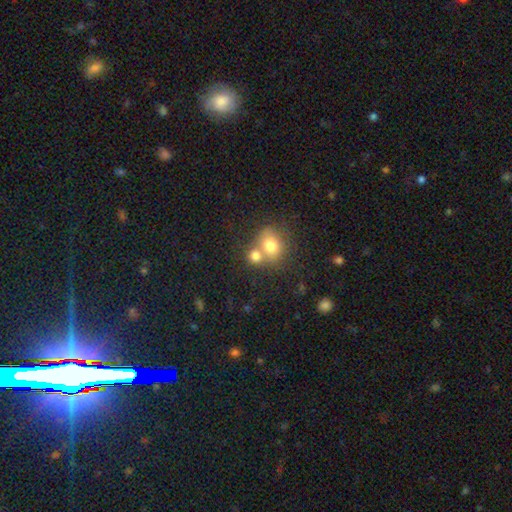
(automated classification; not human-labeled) smooth-or-featured: smooth: 76% | featured or disk: 12% | star or artifact: 11%
  how-rounded: round: 73% | in between: 26% | cigar-shaped: 1%
  merging: merger: 53% | none: 36% | minor disturbance: 7% | major disturbance: 3%